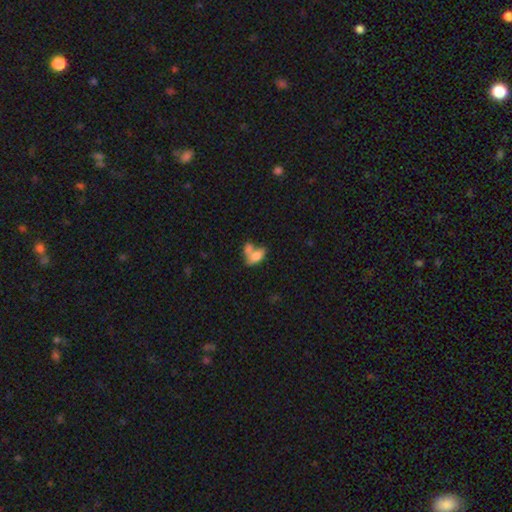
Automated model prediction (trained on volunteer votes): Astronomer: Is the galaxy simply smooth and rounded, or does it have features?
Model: smooth — 75%.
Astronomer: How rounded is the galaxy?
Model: in between — 86%.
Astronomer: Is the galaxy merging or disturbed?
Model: merger — 56%.